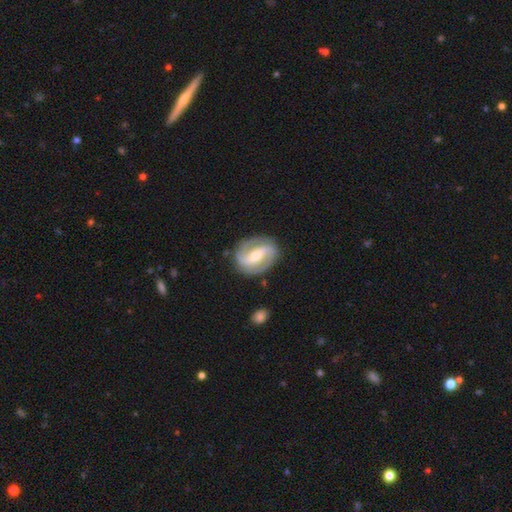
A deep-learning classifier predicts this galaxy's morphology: Smooth or featured? Predicted: featured or disk (p=0.84). Edge-on disk? Predicted: no (p=0.96). Bar? Predicted: strong (p=0.54). Spiral arms? Predicted: yes (p=0.93). Spiral winding? Predicted: medium (p=0.46). Spiral arm count? Predicted: 2 (p=0.90). Bulge size? Predicted: moderate (p=0.52). Merging? Predicted: none (p=0.83).